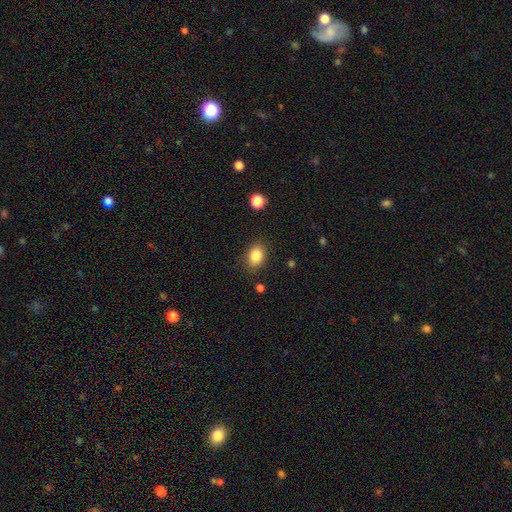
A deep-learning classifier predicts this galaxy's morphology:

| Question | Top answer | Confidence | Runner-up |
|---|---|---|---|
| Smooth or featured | smooth | 85% | star or artifact (9%) |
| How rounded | in between | 70% | round (29%) |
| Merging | none | 83% | minor disturbance (12%) |